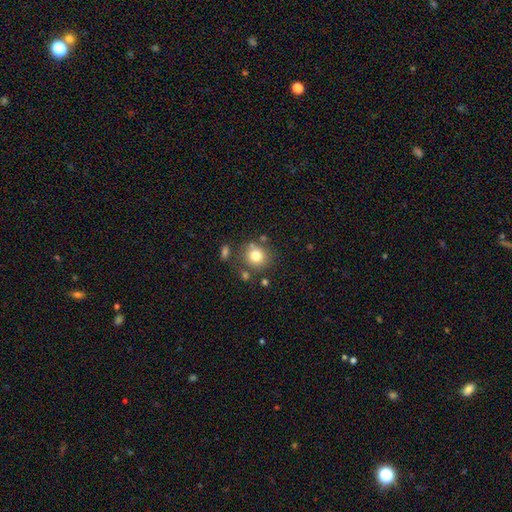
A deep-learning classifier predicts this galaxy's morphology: Smooth or featured? smooth (79%)
How rounded? round (85%)
Merging? none (74%)